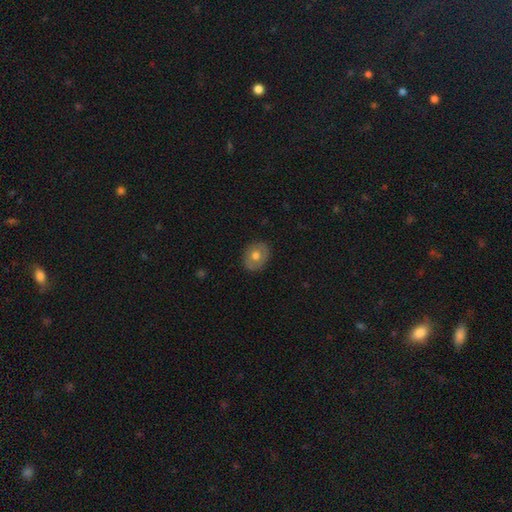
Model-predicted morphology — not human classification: Overall: smooth (61%; featured or disk 31%). How rounded: round (55%; in between 45%). Merging: none (85%).